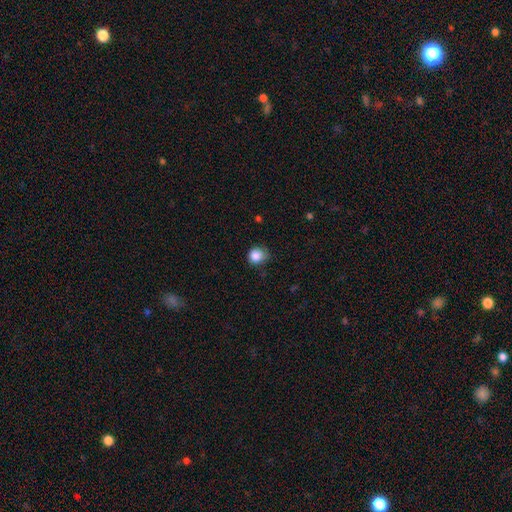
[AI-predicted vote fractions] A smooth galaxy with no disk features (86%) that is round (82%). Merging: none (65%).